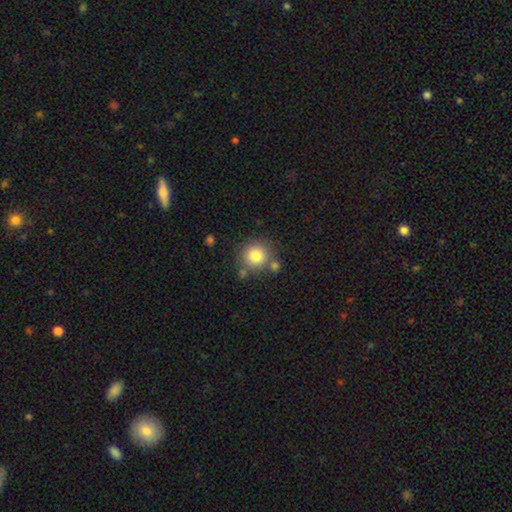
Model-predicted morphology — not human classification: Smooth or featured?
  - smooth: 81% *
  - star or artifact: 11%
  - featured or disk: 9%
How rounded?
  - round: 92% *
  - in between: 8%
  - cigar-shaped: 1%
Merging?
  - none: 72% *
  - merger: 13%
  - minor disturbance: 11%
  - major disturbance: 4%